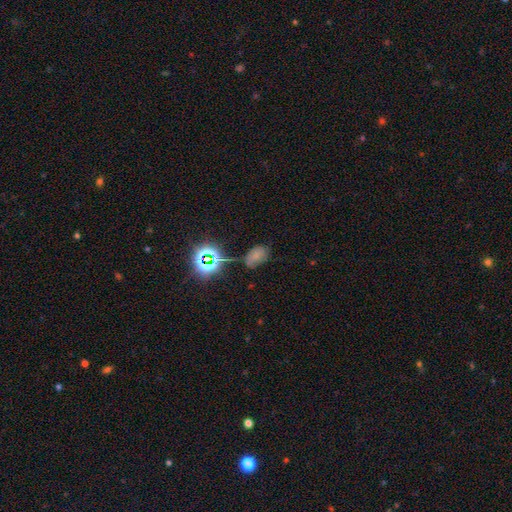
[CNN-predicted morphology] Smooth or featured: smooth — 54% (star or artifact — 34%)
How rounded: in between — 89% (round — 9%)
Merging: none — 52% (minor disturbance — 27%)